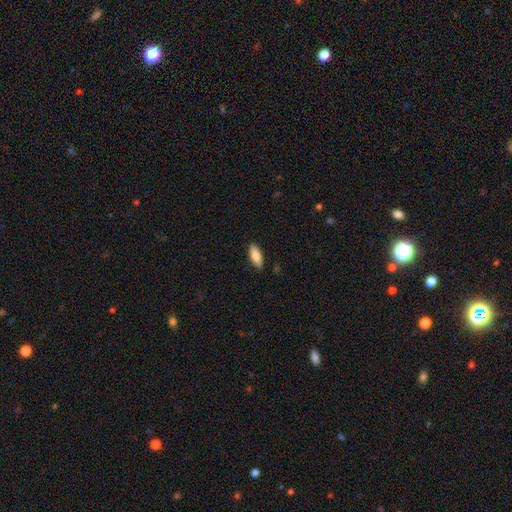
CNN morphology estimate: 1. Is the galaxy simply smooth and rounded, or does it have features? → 82% smooth, 12% featured or disk, 6% star or artifact.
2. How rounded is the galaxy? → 70% in between, 28% cigar-shaped, 2% round.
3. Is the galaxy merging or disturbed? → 87% none, 10% minor disturbance, 2% major disturbance, 1% merger.